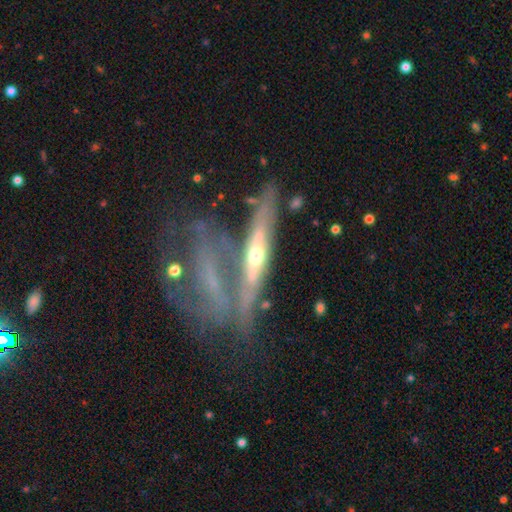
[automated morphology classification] Overall: featured or disk (71%). Edge-on disk: yes (65%; no 35%). Merging: none (37%; merger 24%).